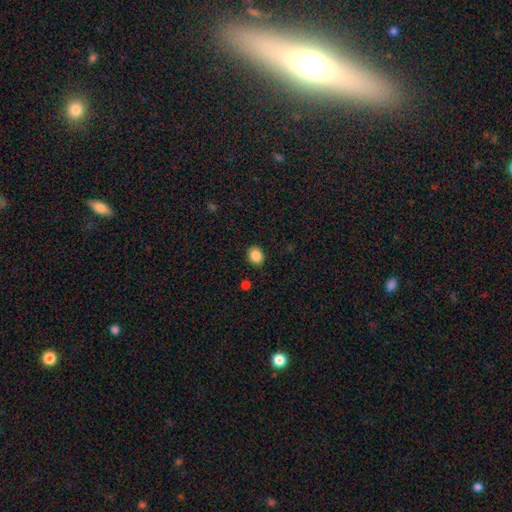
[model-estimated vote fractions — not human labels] Smooth or featured? smooth (87%)
How rounded? round (58%)
Merging? none (89%)